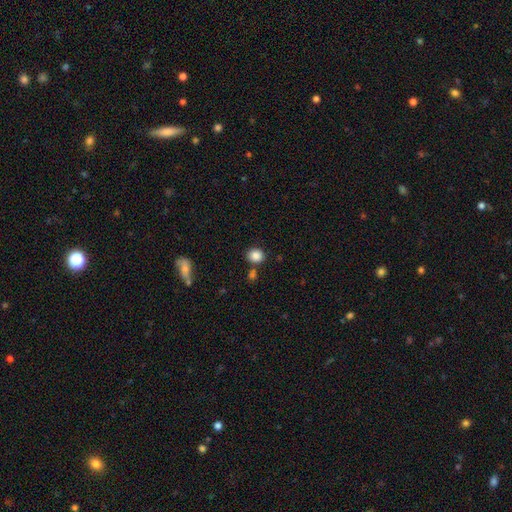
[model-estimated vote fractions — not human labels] Q: Smooth or featured?
A: smooth (86%); runner-up: star or artifact (9%)
Q: How rounded?
A: round (72%); runner-up: in between (27%)
Q: Merging?
A: none (76%); runner-up: merger (10%)